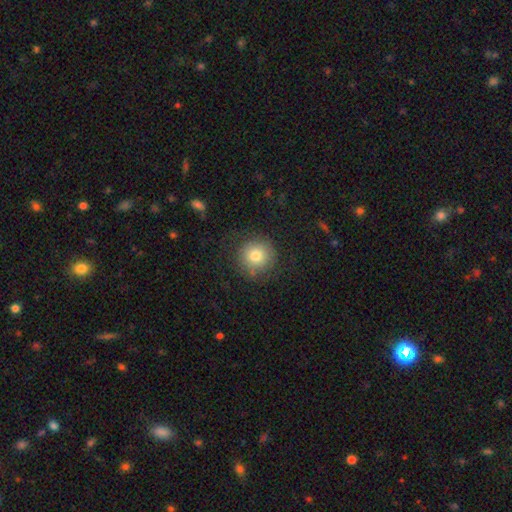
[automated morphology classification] Smooth or featured: smooth — 75% (featured or disk — 14%)
How rounded: round — 93% (in between — 6%)
Merging: none — 78% (minor disturbance — 13%)